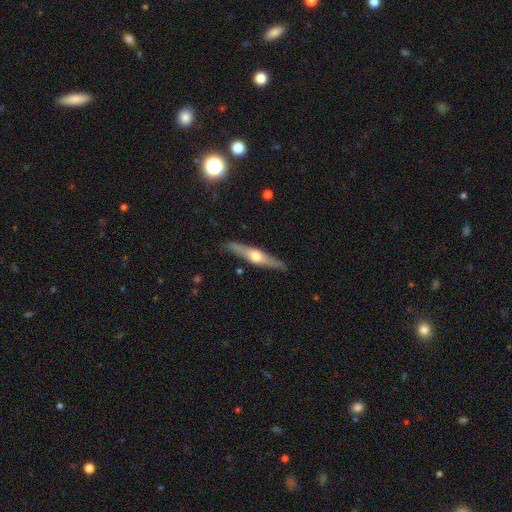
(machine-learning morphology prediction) Overall: featured or disk (66%; smooth 29%). Edge-on disk: yes (95%). Edge-on bulge: rounded (94%). Merging: none (88%).